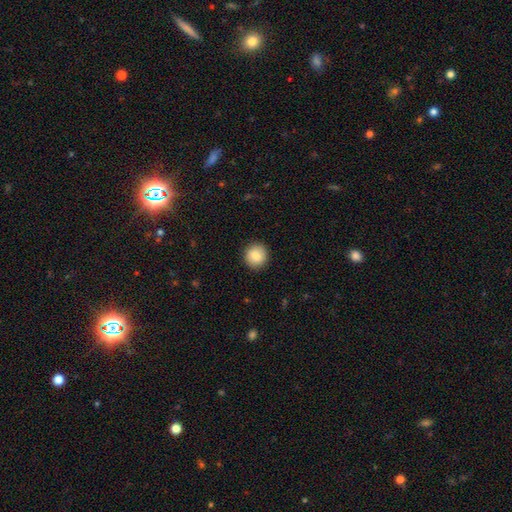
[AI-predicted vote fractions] This is clearly a smooth galaxy (85%). How rounded: clearly round (91%). Merging: clearly none (91%).